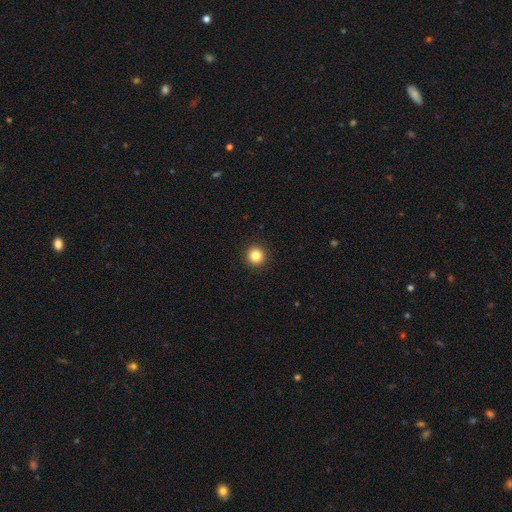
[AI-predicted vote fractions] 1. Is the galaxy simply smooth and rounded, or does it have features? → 84% smooth, 11% star or artifact, 5% featured or disk.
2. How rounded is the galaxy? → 95% round, 4% in between, 1% cigar-shaped.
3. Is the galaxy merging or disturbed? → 93% none, 4% minor disturbance, 2% major disturbance, 1% merger.